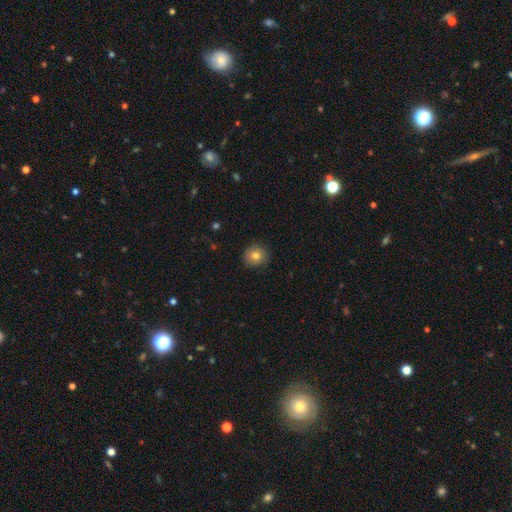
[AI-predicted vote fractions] smooth_or_featured: smooth (p=0.79) [alt: featured or disk p=0.10]
how_rounded: round (p=0.92) [alt: in between p=0.07]
merging: none (p=0.89) [alt: minor disturbance p=0.08]